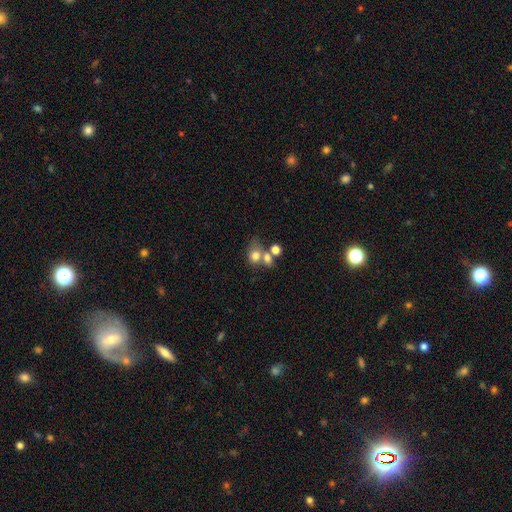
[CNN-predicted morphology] Smooth or featured? smooth (71%)
How rounded? round (51%)
Merging? merger (49%)